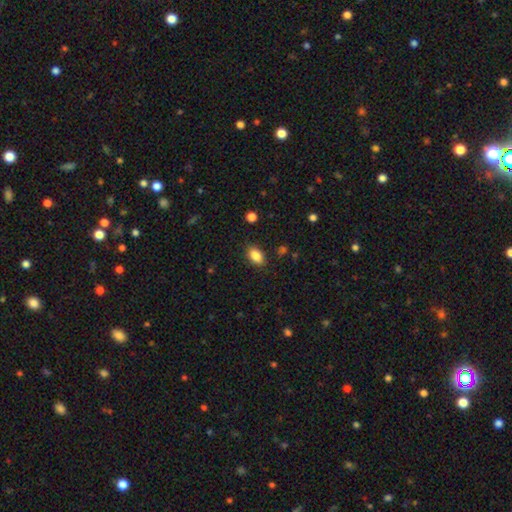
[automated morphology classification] Smooth or featured? Predicted: smooth (p=0.86). How rounded? Predicted: in between (p=0.89). Merging? Predicted: none (p=0.86).